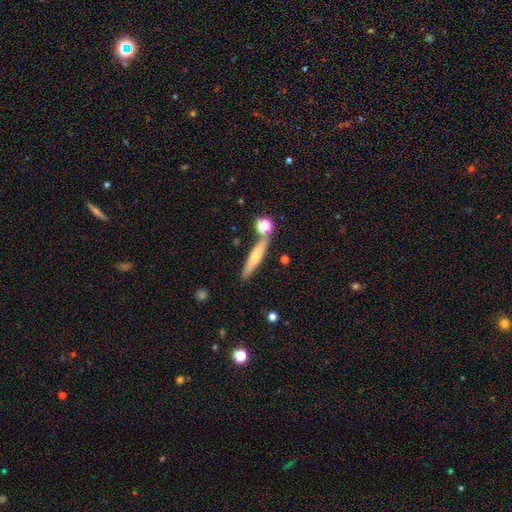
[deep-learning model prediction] Smooth or featured? smooth (53%)
How rounded? cigar-shaped (87%)
Merging? none (73%)